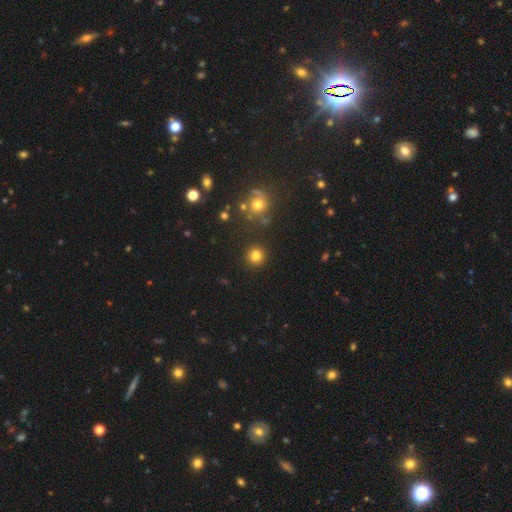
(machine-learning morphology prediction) Q: Smooth or featured?
A: smooth (81%); runner-up: star or artifact (13%)
Q: How rounded?
A: round (94%); runner-up: in between (5%)
Q: Merging?
A: none (90%); runner-up: minor disturbance (5%)